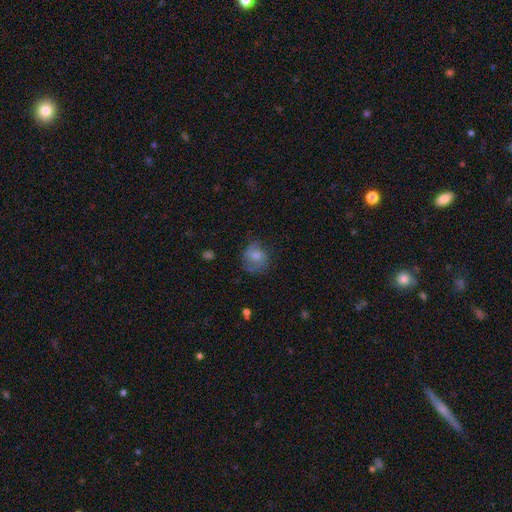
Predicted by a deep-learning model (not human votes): This is likely a smooth galaxy (67%). How rounded: likely round (71%). Merging: possibly none (58%).